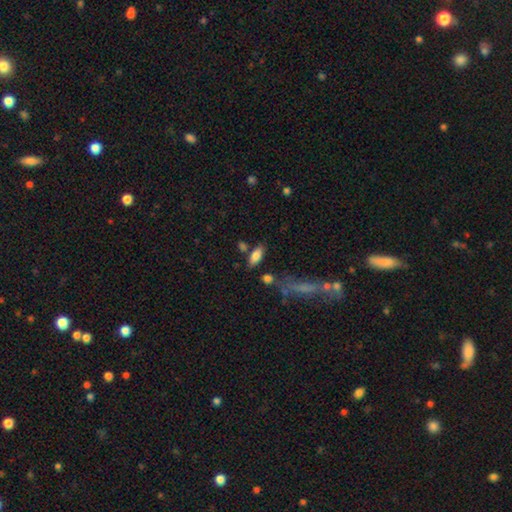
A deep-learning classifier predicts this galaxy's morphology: Smooth or featured? smooth (80%)
How rounded? in between (77%)
Merging? none (73%)